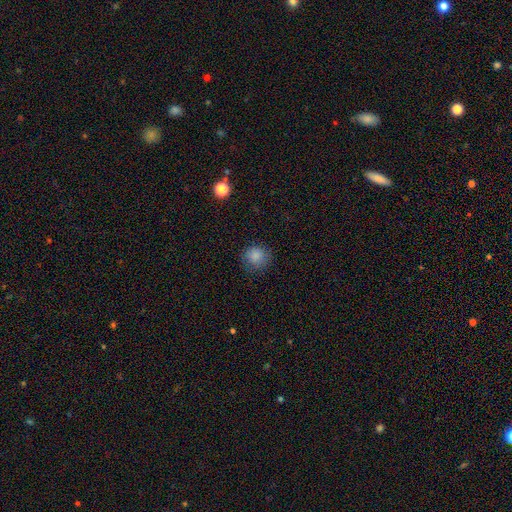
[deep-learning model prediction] Smooth or featured? Predicted: smooth (p=0.85). How rounded? Predicted: round (p=0.89). Merging? Predicted: none (p=0.81).